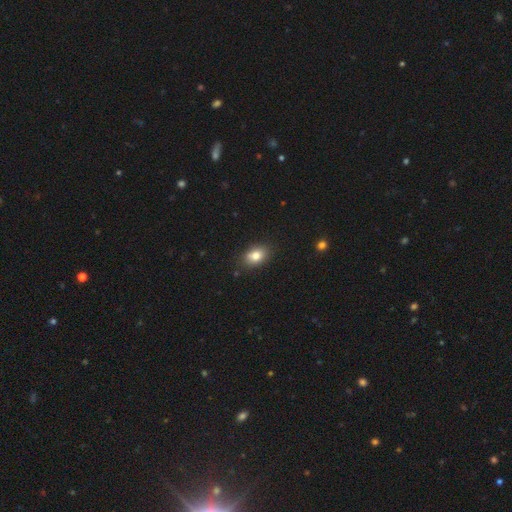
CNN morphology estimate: This appears to be a smooth galaxy with no disk features (81%) that is in between round and cigar-shaped (79%). Merging: none (84%).